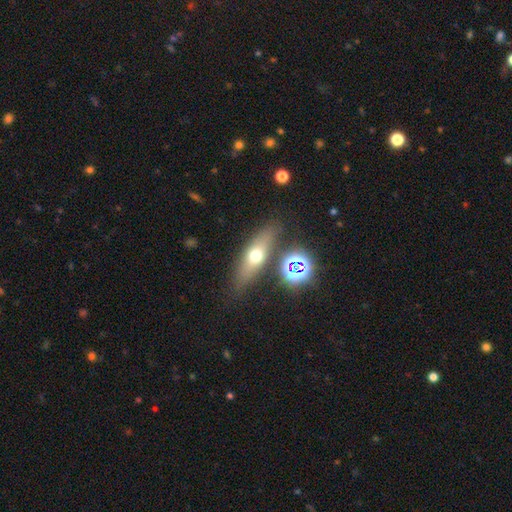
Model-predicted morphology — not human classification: This is possibly a smooth galaxy (53%). How rounded: possibly cigar-shaped (46%, tied with in between). Merging: likely none (79%).